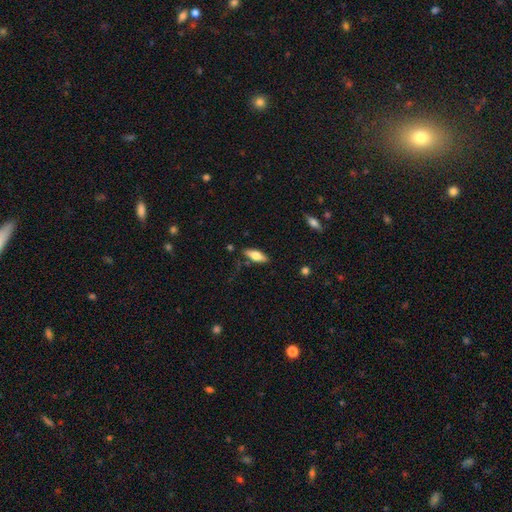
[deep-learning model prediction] This is likely a smooth galaxy (65%). How rounded: likely in between (66%). Merging: clearly none (81%).